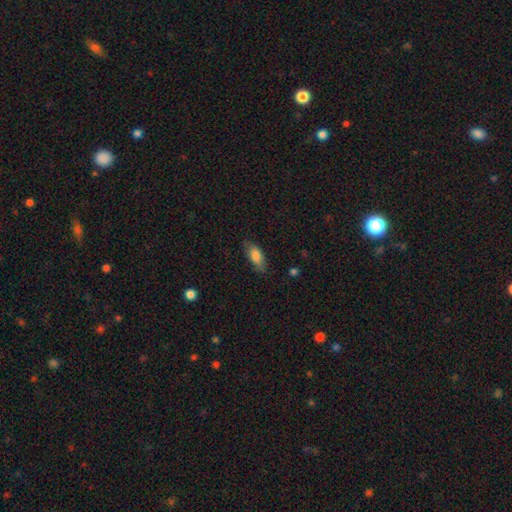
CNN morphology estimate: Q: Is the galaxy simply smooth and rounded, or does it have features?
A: smooth — 79%.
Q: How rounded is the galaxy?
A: in between — 80%.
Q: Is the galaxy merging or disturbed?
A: none — 76%.